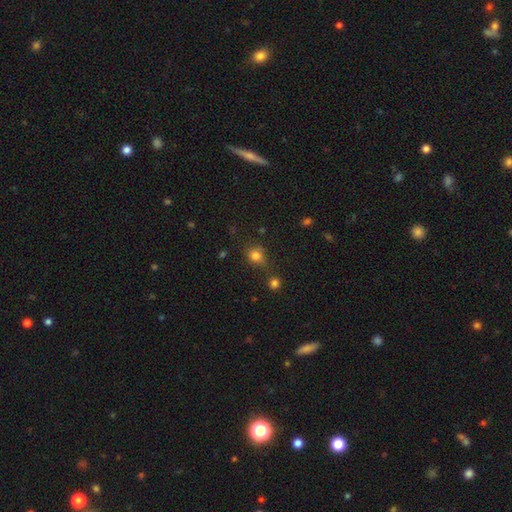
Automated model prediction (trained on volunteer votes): Morphology: type=smooth (79%); roundness=round (67%); merging=none (65%).